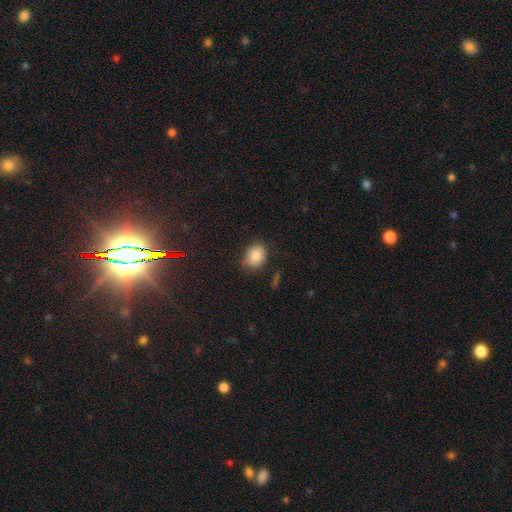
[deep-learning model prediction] Smooth or featured?
  - smooth: 81% *
  - star or artifact: 10%
  - featured or disk: 9%
How rounded?
  - round: 50% *
  - in between: 49%
  - cigar-shaped: 1%
Merging?
  - none: 76% *
  - minor disturbance: 19%
  - major disturbance: 3%
  - merger: 2%